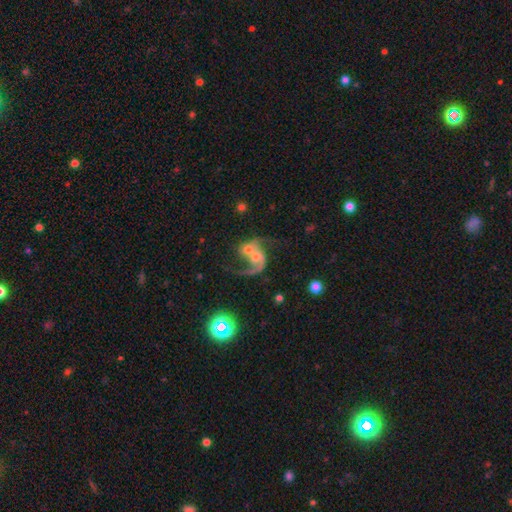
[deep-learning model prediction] A featured or disk galaxy (74%) with no bar (64%), 2 (61%) loose (64%) spiral arms (88%) and a moderate central bulge (45%). Merging: merger (57%).